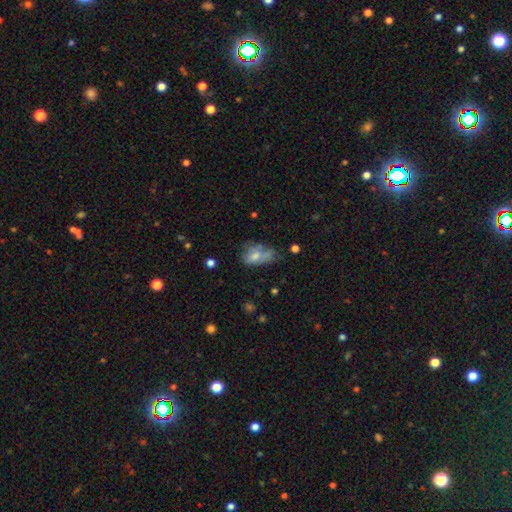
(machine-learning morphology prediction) Smooth or featured: smooth — 55% (featured or disk — 31%)
How rounded: in between — 82% (round — 14%)
Merging: none — 34% (minor disturbance — 29%)